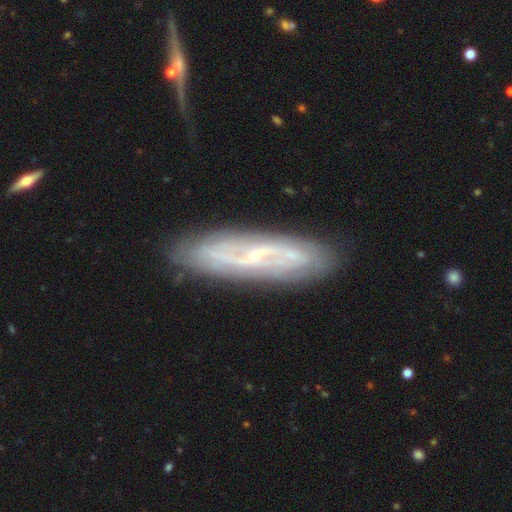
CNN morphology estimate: type=featured or disk (76%); edge-on=no (79%); bar=weak (42%); spiral arms=yes (86%); winding=medium (37%); arm count=2 (59%); bulge=small (78%); merging=none (80%).